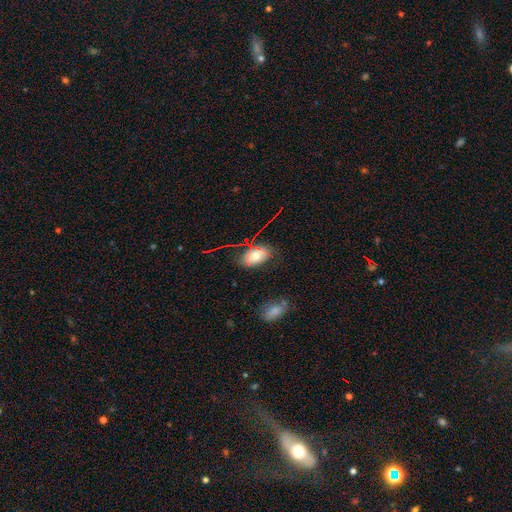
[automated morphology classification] A smooth galaxy with no disk features (55%) that is in between round and cigar-shaped (84%).

Vote fractions:
- Smooth or featured? smooth: 55% / featured or disk: 29% / star or artifact: 16%
- How rounded? in between: 84% / round: 14% / cigar-shaped: 2%
- Merging? none: 63% / minor disturbance: 23% / major disturbance: 10% / merger: 4%